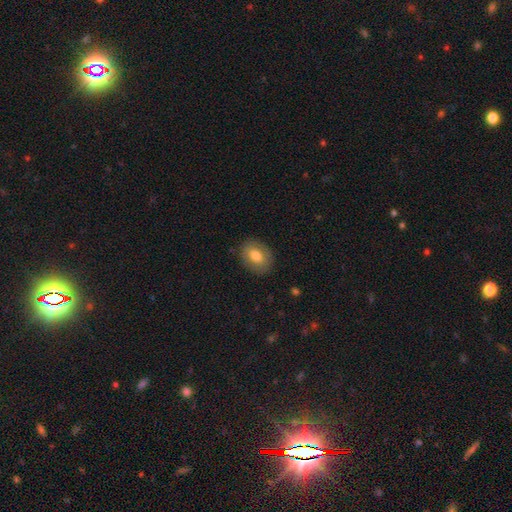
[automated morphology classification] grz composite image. It shows a smooth galaxy with no disk features (75%) that is in between round and cigar-shaped (69%). Merging: none (84%).